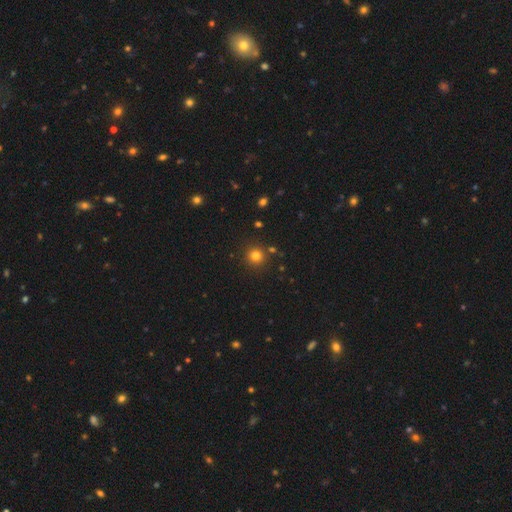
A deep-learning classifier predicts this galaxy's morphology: Smooth or featured?
  - smooth: 80% *
  - star or artifact: 15%
  - featured or disk: 5%
How rounded?
  - round: 94% *
  - in between: 5%
  - cigar-shaped: 1%
Merging?
  - none: 87% *
  - minor disturbance: 6%
  - merger: 4%
  - major disturbance: 2%